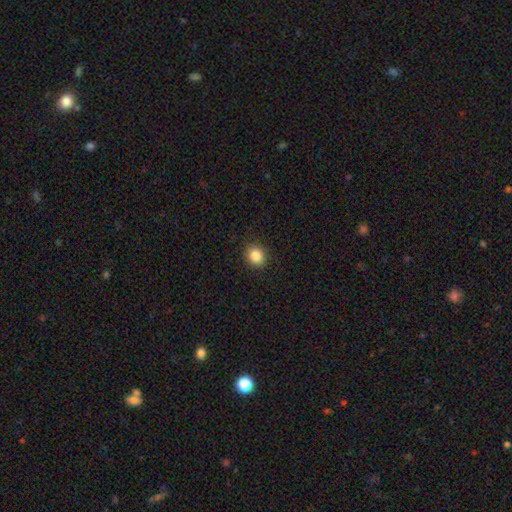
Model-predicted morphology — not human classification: The model was most divided on "how rounded": round: 77%, in between: 22%, cigar-shaped: 1%. More confident: merging — none (91%); smooth or featured — smooth (85%).